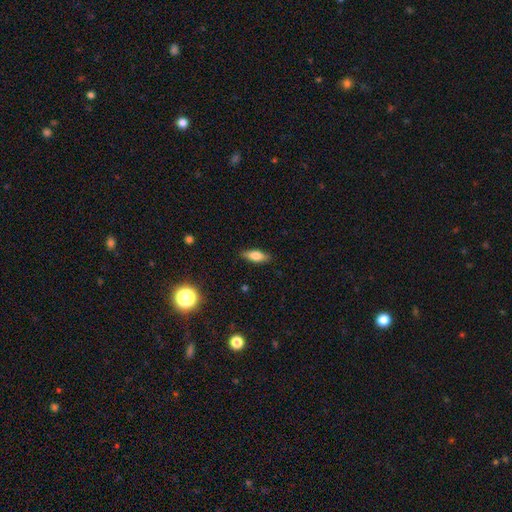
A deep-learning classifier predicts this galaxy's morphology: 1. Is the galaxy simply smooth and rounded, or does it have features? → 72% smooth, 19% featured or disk, 8% star or artifact.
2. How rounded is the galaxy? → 71% in between, 26% cigar-shaped, 3% round.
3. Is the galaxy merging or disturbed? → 86% none, 11% minor disturbance, 2% major disturbance, 1% merger.